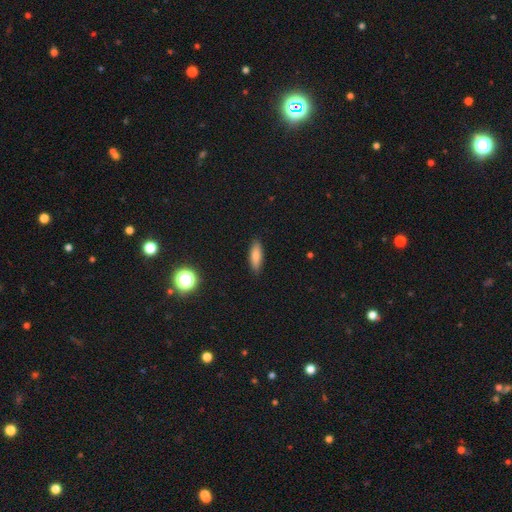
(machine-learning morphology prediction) smooth 82%, featured or disk 9%, star or artifact 8%. Down the decision tree: how rounded — in between (56%); merging — none (89%).